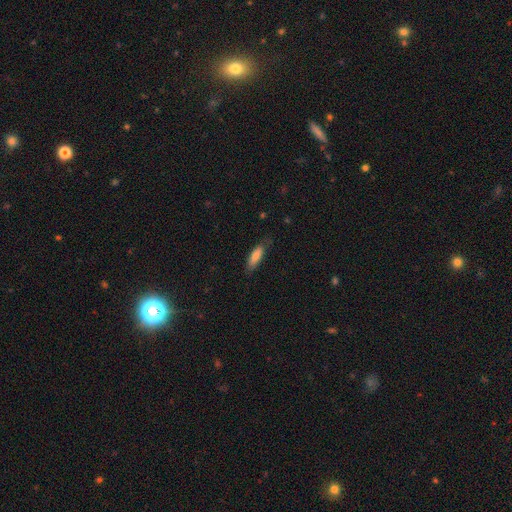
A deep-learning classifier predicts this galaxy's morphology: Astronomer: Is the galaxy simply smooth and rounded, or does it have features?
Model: smooth — 78%.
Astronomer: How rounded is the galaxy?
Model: cigar-shaped — 52% (runner-up: in between, 47%).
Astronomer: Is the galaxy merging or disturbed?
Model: none — 75%.